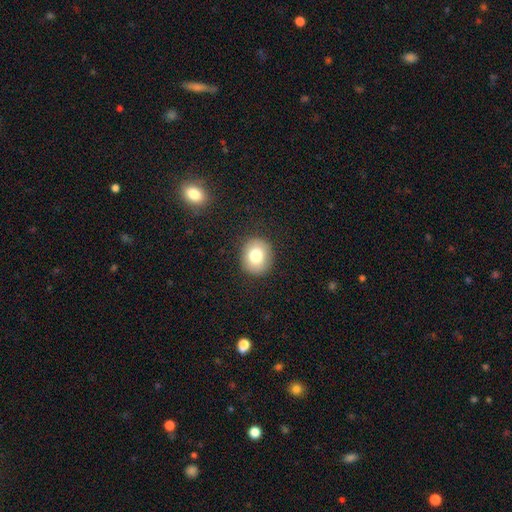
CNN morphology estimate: Smooth or featured? Predicted: smooth (p=0.79). How rounded? Predicted: round (p=0.73). Merging? Predicted: none (p=0.89).